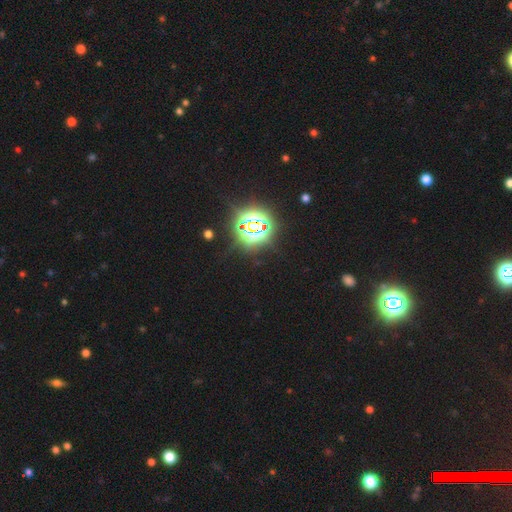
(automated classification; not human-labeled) smooth-or-featured: star or artifact: 84% | smooth: 11% | featured or disk: 5%